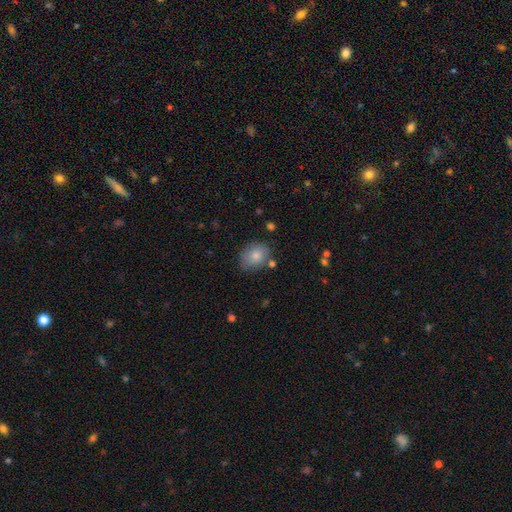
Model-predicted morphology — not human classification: Overall: smooth (81%). How rounded: in between (55%; round 44%). Merging: none (70%).